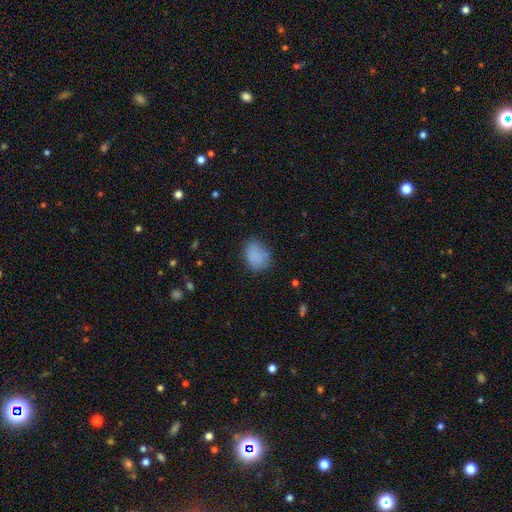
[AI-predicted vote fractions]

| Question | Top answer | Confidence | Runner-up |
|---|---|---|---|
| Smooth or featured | smooth | 84% | star or artifact (9%) |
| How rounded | in between | 65% | round (34%) |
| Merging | none | 72% | minor disturbance (20%) |